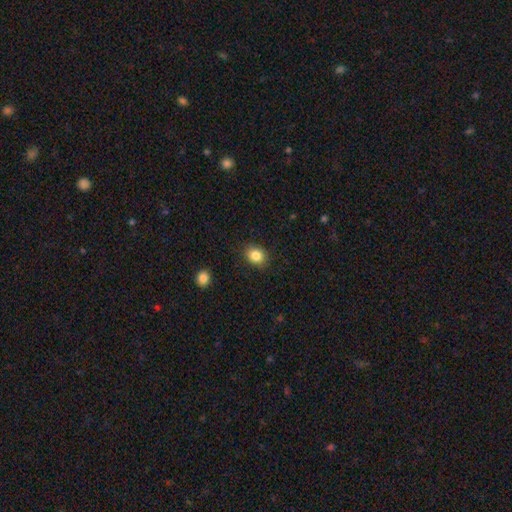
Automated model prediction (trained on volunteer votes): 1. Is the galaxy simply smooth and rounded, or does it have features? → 85% smooth, 10% star or artifact, 5% featured or disk.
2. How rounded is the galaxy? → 52% round, 47% in between, 1% cigar-shaped.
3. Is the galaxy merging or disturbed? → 87% none, 10% minor disturbance, 3% major disturbance, 1% merger.